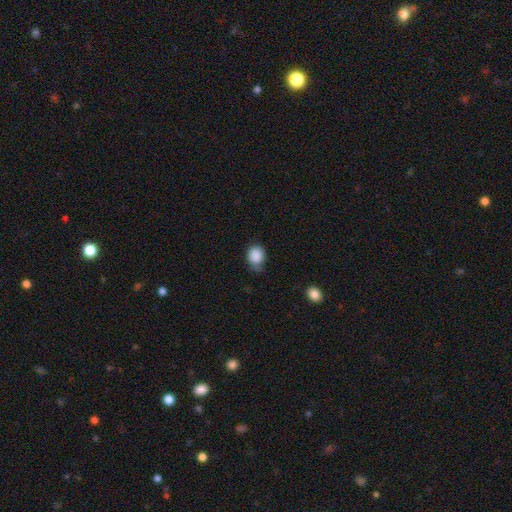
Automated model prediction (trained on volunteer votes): This is clearly a smooth galaxy (88%). How rounded: possibly round (55%). Merging: possibly none (55%).